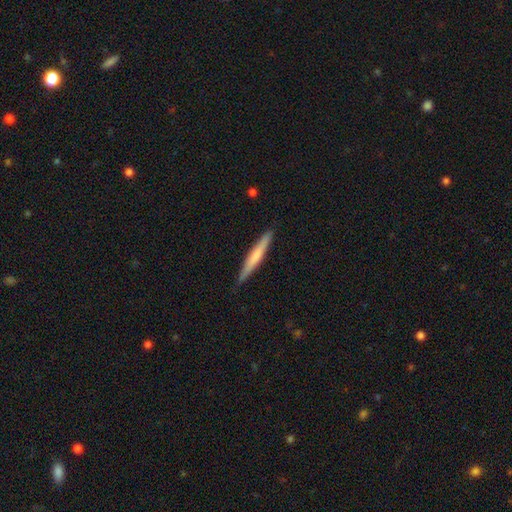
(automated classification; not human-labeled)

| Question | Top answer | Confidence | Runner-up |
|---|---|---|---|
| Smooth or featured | smooth | 55% | featured or disk (40%) |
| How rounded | cigar-shaped | 95% | in between (3%) |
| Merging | none | 89% | minor disturbance (9%) |